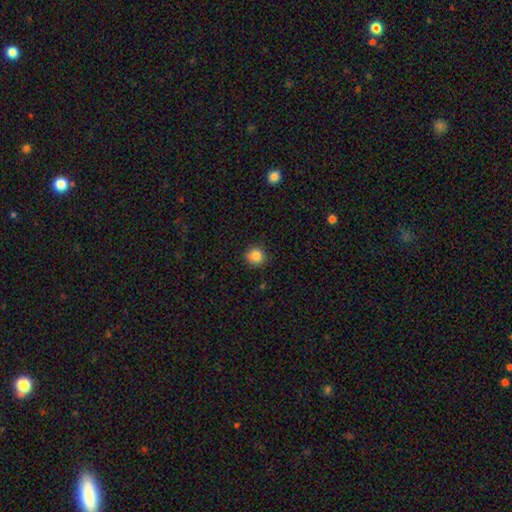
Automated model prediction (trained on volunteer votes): Smooth or featured? Predicted: smooth (p=0.86). How rounded? Predicted: round (p=0.90). Merging? Predicted: none (p=0.89).